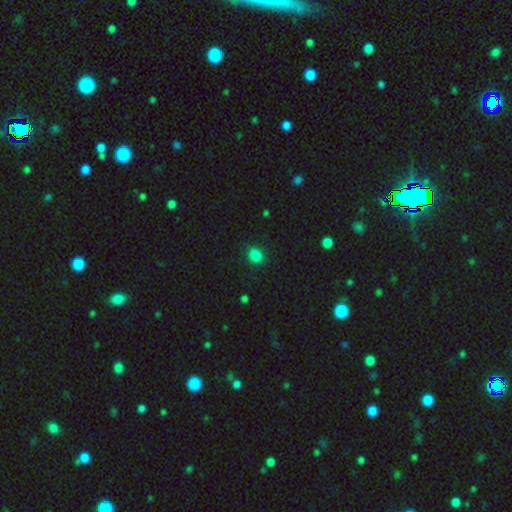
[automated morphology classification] A smooth galaxy with no disk features (84%) that is round (63%). Merging: none (85%).